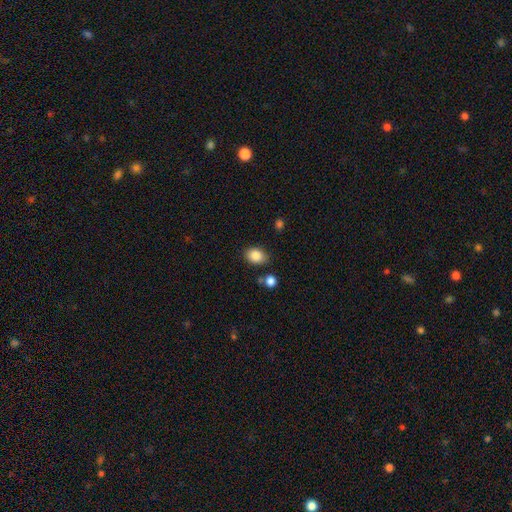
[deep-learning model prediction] The model was most divided on "how rounded": in between: 68%, round: 31%, cigar-shaped: 1%. More confident: smooth or featured — smooth (85%); merging — none (80%).